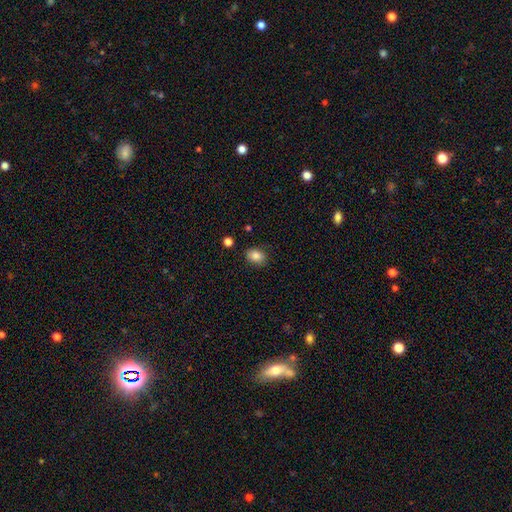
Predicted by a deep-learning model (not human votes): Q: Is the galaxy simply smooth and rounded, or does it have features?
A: smooth — 84%.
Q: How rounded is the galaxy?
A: in between — 67%.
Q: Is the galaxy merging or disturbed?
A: none — 81%.